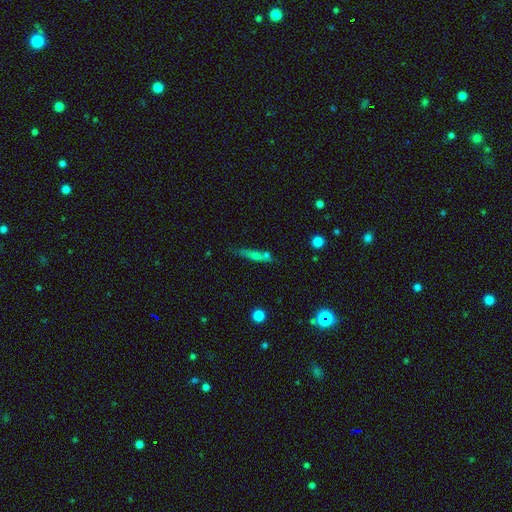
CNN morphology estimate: type=smooth (56%); roundness=cigar-shaped (81%); merging=none (61%).